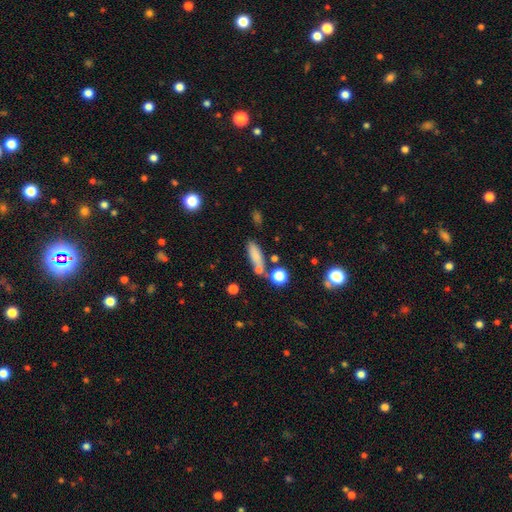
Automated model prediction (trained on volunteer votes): This appears to be a smooth galaxy with no disk features (79%) that is in between round and cigar-shaped (52%). Merging: none (62%).